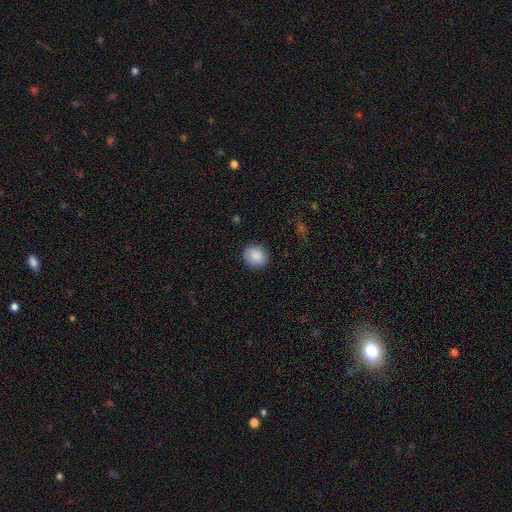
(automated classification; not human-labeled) Smooth or featured?
  - smooth: 89% *
  - star or artifact: 8%
  - featured or disk: 4%
How rounded?
  - round: 73% *
  - in between: 26%
  - cigar-shaped: 1%
Merging?
  - none: 89% *
  - minor disturbance: 8%
  - major disturbance: 2%
  - merger: 1%